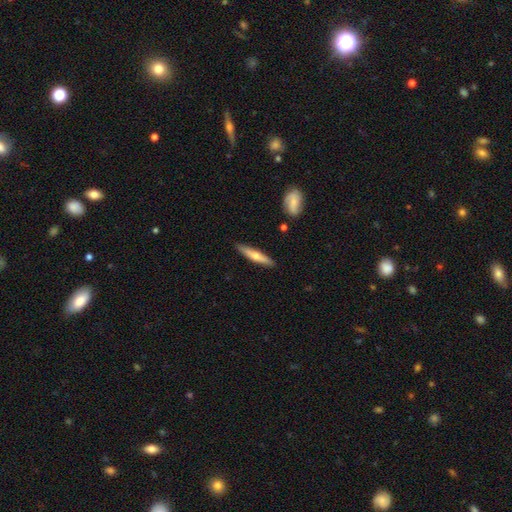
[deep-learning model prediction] This is possibly a smooth galaxy (50%). How rounded: clearly cigar-shaped (87%). Merging: clearly none (88%).